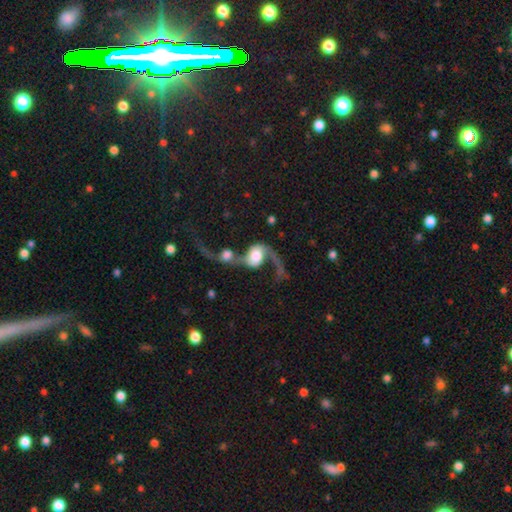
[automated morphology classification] A featured or disk galaxy (66%) with no bar (65%), 2 (54%) loose (87%) spiral arms (87%) and a large central bulge (45%). Merging: merger (67%).